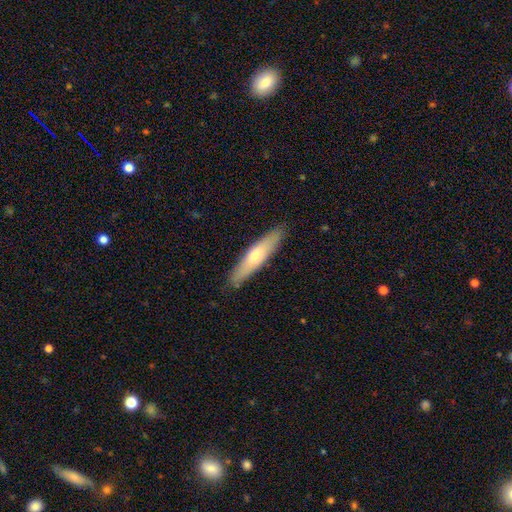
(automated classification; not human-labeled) The model was most divided on "smooth or featured": smooth: 59%, featured or disk: 35%, star or artifact: 5%. More confident: merging — none (89%); how rounded — cigar-shaped (82%).